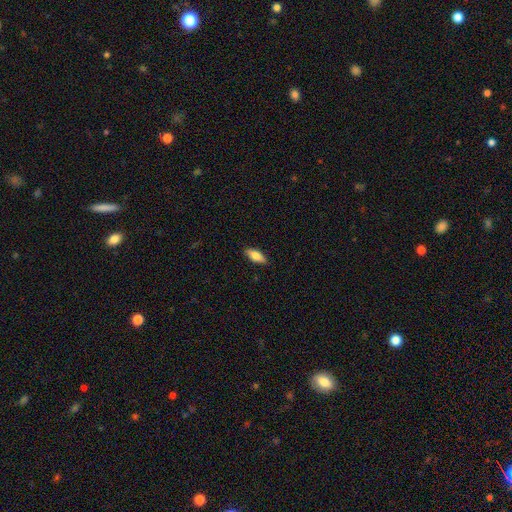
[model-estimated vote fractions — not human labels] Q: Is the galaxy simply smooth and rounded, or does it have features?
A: smooth — 77%.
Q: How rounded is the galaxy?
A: in between — 75%.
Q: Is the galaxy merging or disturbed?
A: none — 87%.